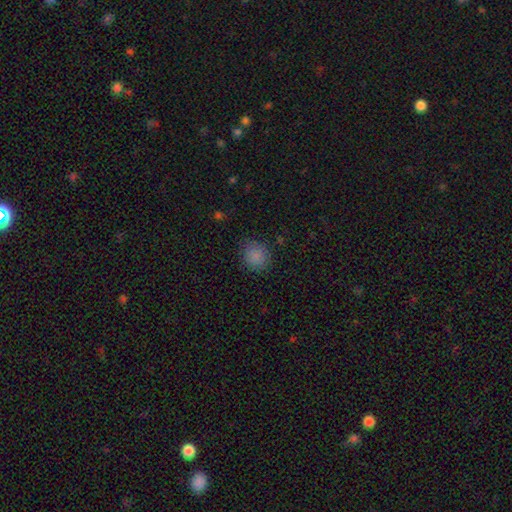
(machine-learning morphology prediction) A smooth galaxy with no disk features (85%) that is round (80%). Merging: none (80%).